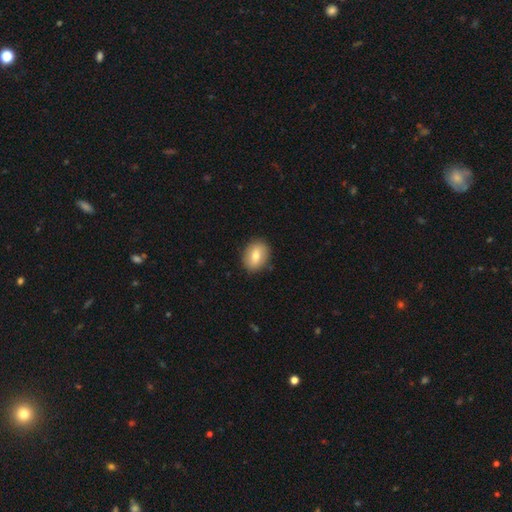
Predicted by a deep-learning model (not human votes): smooth-or-featured: smooth: 72% | featured or disk: 20% | star or artifact: 8%
  how-rounded: in between: 64% | round: 35% | cigar-shaped: 1%
  merging: none: 87% | minor disturbance: 9% | major disturbance: 2% | merger: 1%